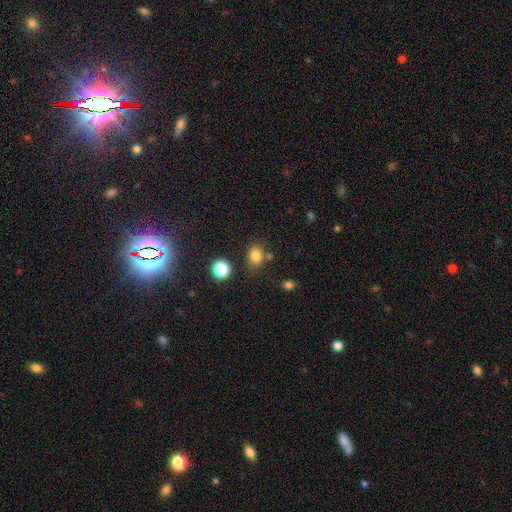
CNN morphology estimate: Q: Smooth or featured?
A: smooth (80%); runner-up: star or artifact (14%)
Q: How rounded?
A: in between (51%); runner-up: round (48%)
Q: Merging?
A: none (71%); runner-up: minor disturbance (15%)